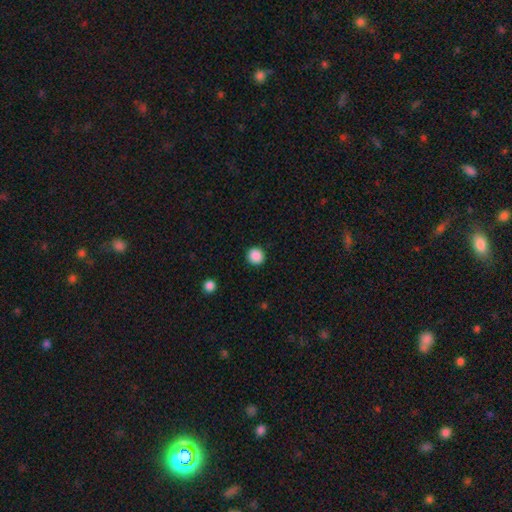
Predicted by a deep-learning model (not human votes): Smooth or featured?
  - smooth: 88% *
  - star or artifact: 10%
  - featured or disk: 2%
How rounded?
  - round: 94% *
  - in between: 5%
  - cigar-shaped: 1%
Merging?
  - none: 92% *
  - minor disturbance: 5%
  - major disturbance: 2%
  - merger: 1%